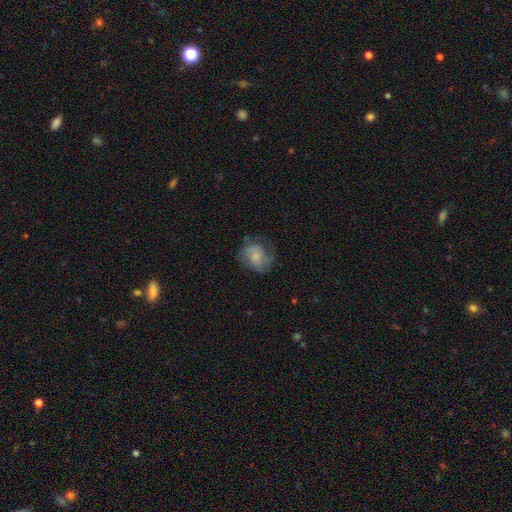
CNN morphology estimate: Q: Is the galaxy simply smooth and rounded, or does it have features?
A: smooth — 58%.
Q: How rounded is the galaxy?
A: round — 60%.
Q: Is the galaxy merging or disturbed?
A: none — 57%.